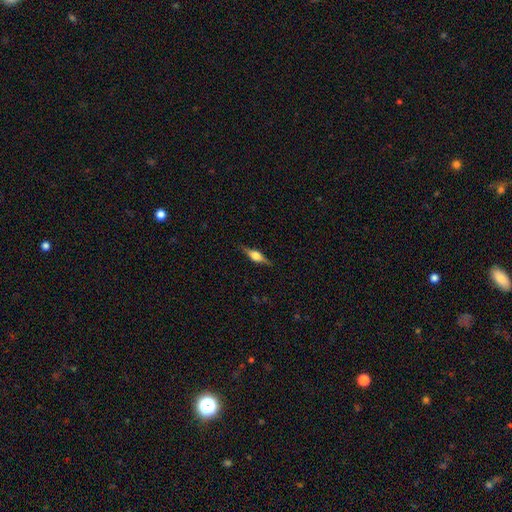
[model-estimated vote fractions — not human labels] A featured or disk galaxy (64%) viewed edge-on (96%) with a rounded central bulge (88%).

Vote fractions:
- Smooth or featured? featured or disk: 64% / smooth: 29% / star or artifact: 7%
- Edge-on disk? yes: 96% / no: 4%
- Edge-on bulge? rounded: 88% / boxy: 10% / none: 2%
- Merging? none: 86% / minor disturbance: 11% / major disturbance: 2% / merger: 1%